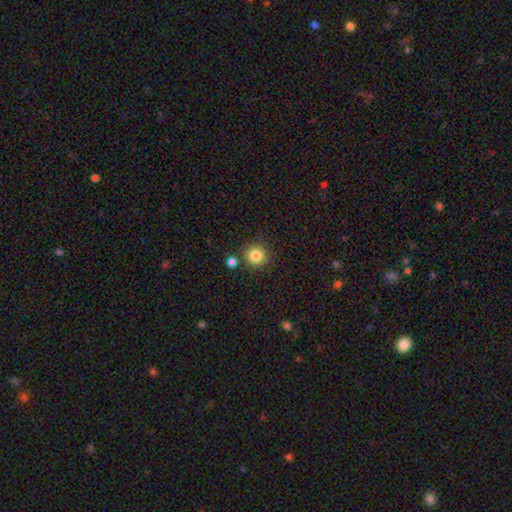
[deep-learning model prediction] Morphology: type=smooth (84%); roundness=round (93%); merging=none (84%).